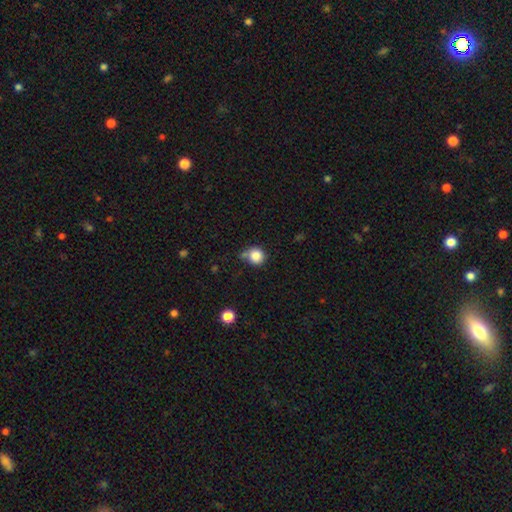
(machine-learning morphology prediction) The model was most divided on "merging": none: 60%, minor disturbance: 22%, merger: 12%, major disturbance: 7%. More confident: how rounded — round (89%); smooth or featured — smooth (83%).